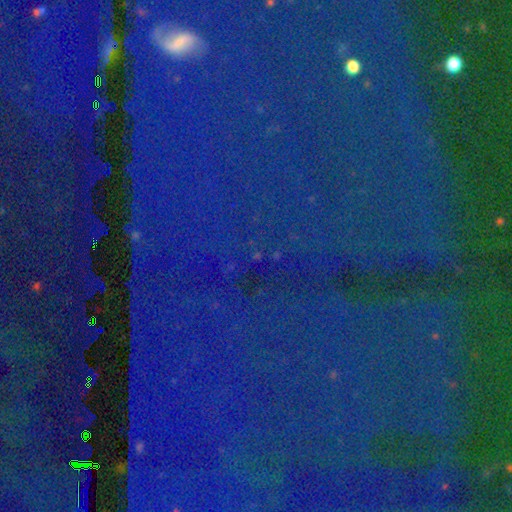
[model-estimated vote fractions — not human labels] This is clearly a star or artifact rather than a galaxy (84%).